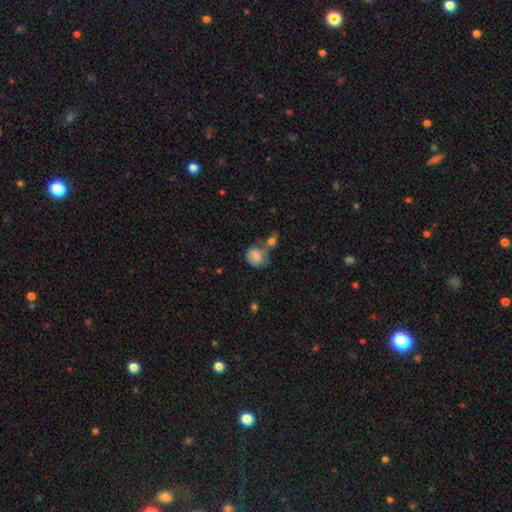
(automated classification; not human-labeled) This is likely a smooth galaxy (78%). How rounded: likely round (63%). Merging: marginally merger (35%, tied with none).